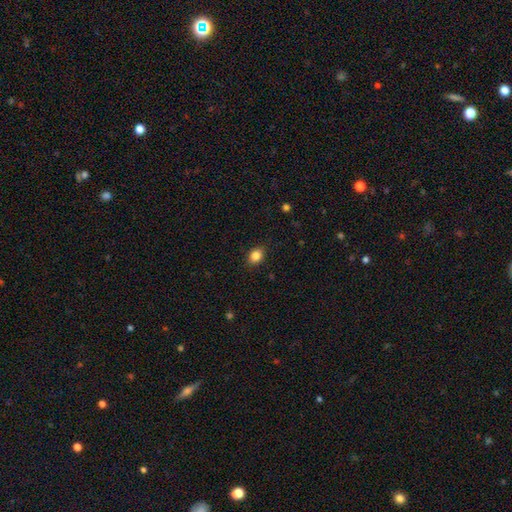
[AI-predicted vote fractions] The model was most divided on "how rounded": in between: 58%, round: 41%, cigar-shaped: 1%. More confident: merging — none (88%); smooth or featured — smooth (85%).